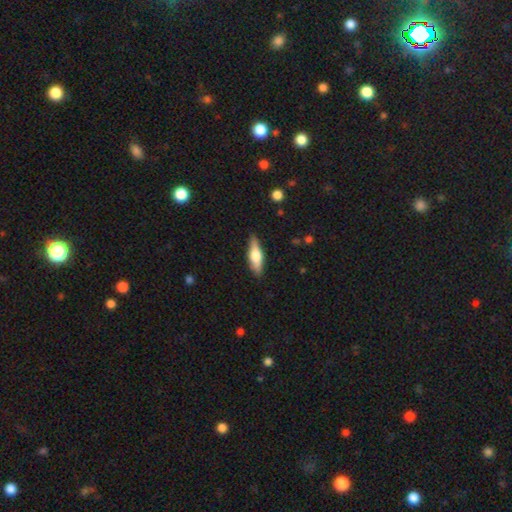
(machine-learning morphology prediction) Overall: smooth (52%; featured or disk 42%). How rounded: cigar-shaped (54%; in between 44%). Merging: none (86%).